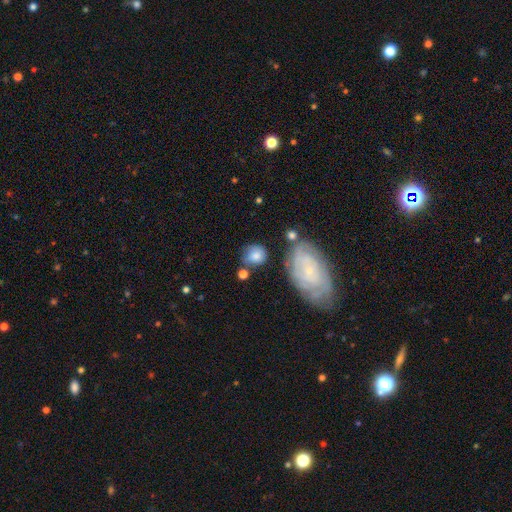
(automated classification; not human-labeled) Morphology: type=smooth (69%); roundness=round (71%); merging=none (58%).